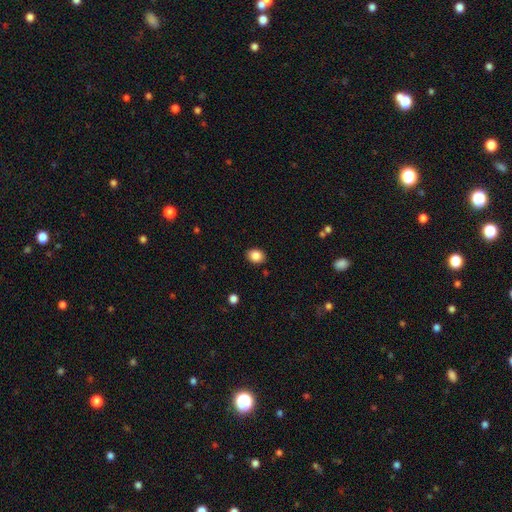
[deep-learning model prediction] Smooth or featured? smooth (86%)
How rounded? in between (54%)
Merging? none (89%)